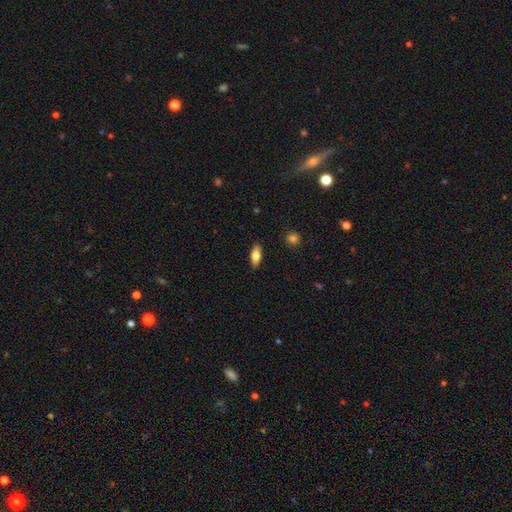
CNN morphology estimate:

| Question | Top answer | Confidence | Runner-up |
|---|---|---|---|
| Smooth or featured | smooth | 72% | featured or disk (22%) |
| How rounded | in between | 74% | cigar-shaped (23%) |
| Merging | none | 88% | minor disturbance (9%) |